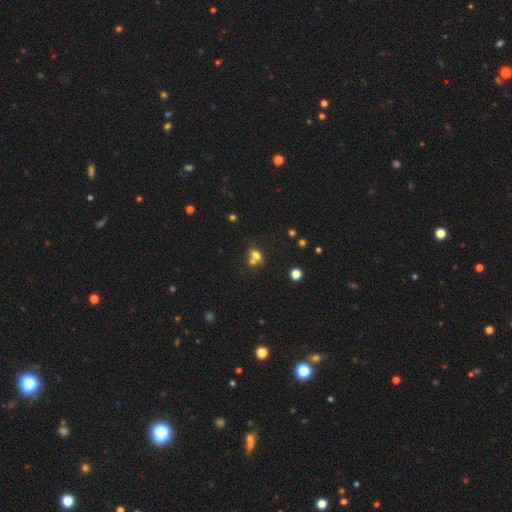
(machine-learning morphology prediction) Smooth or featured: smooth — 65% (star or artifact — 18%)
How rounded: in between — 64% (round — 30%)
Merging: merger — 46% (none — 38%)